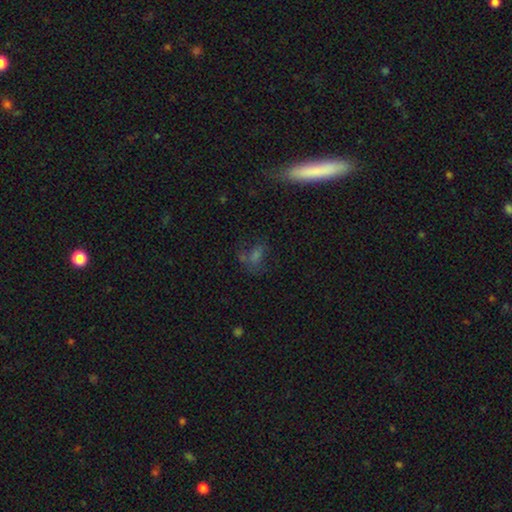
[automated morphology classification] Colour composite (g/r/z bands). It shows a smooth galaxy with no disk features (50%). Merging: none (57%).